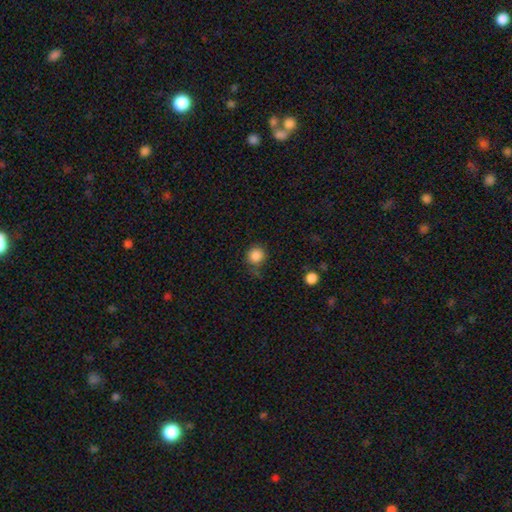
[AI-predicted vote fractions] Overall: smooth (86%). How rounded: round (90%). Merging: none (73%).